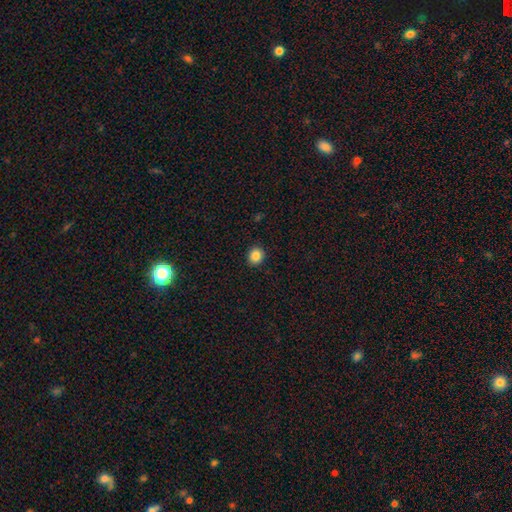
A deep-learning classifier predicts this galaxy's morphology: Smooth or featured? smooth (86%)
How rounded? round (77%)
Merging? none (92%)